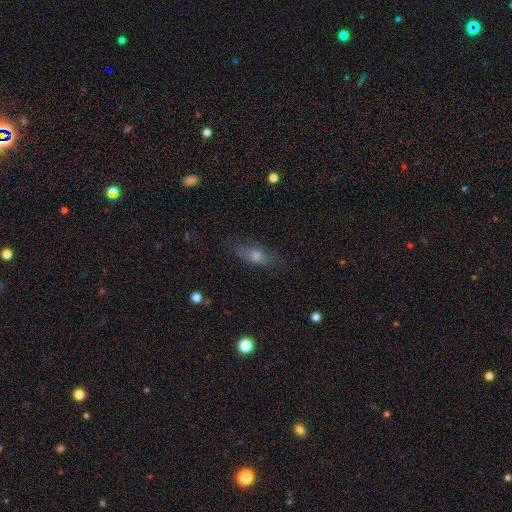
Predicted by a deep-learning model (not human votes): A smooth galaxy with no disk features (54%) that is in between round and cigar-shaped (67%). Merging: none (77%).